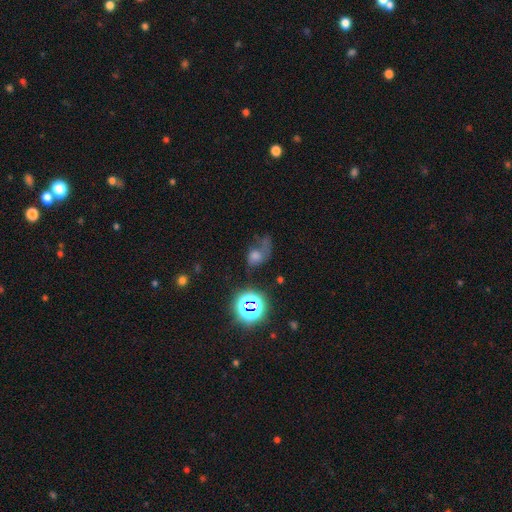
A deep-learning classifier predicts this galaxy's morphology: This is possibly a smooth galaxy (47%). Merging: marginally major disturbance (38%).